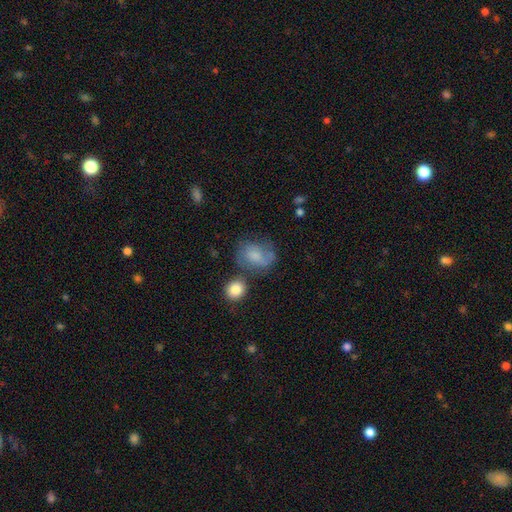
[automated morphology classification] Q: Smooth or featured?
A: smooth (54%); runner-up: featured or disk (35%)
Q: How rounded?
A: in between (55%); runner-up: round (44%)
Q: Merging?
A: none (44%); runner-up: minor disturbance (25%)